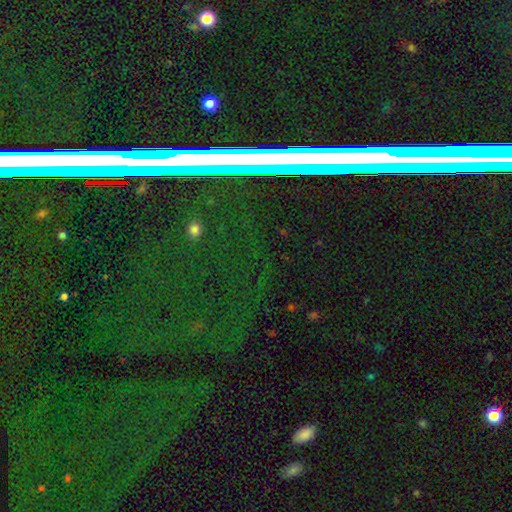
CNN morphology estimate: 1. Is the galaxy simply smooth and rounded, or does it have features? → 71% star or artifact, 16% featured or disk, 13% smooth.